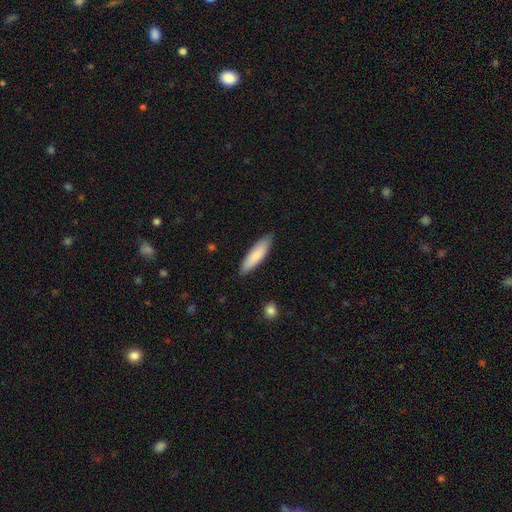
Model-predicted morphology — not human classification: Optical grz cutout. It shows a smooth galaxy with no disk features (84%) that is cigar-shaped (66%). Merging: none (86%).